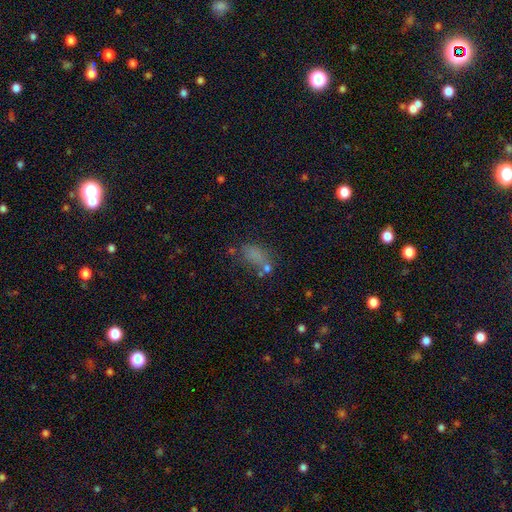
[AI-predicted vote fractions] This appears to be a smooth galaxy with no disk features (67%) that is in between round and cigar-shaped (84%). Merging: none (52%).